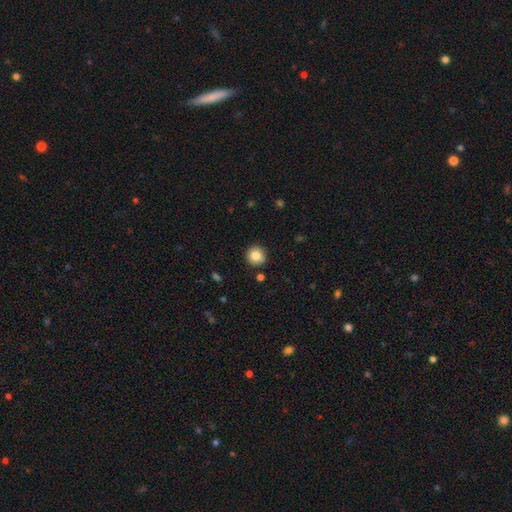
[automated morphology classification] A smooth galaxy with no disk features (84%) that is round (93%). Merging: none (89%).